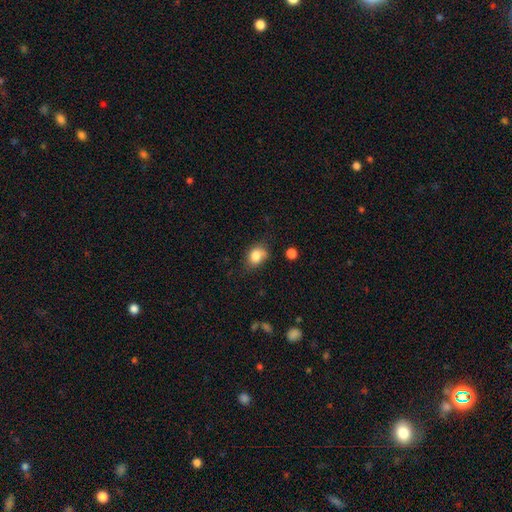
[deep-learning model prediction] This is clearly a smooth galaxy (82%). How rounded: possibly in between (53%). Merging: likely none (63%).